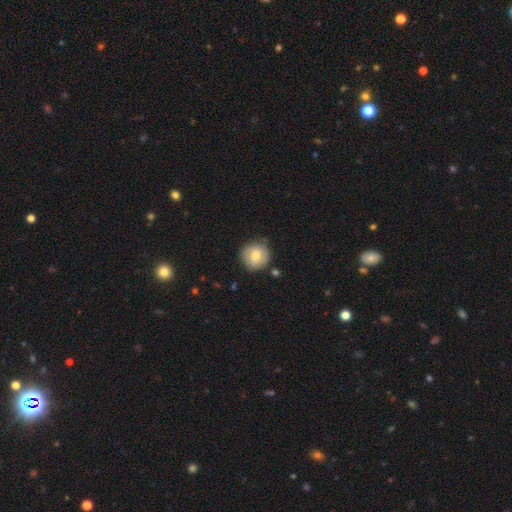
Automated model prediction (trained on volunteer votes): Q: Smooth or featured?
A: smooth (68%); runner-up: featured or disk (25%)
Q: How rounded?
A: round (87%); runner-up: in between (12%)
Q: Merging?
A: none (77%); runner-up: minor disturbance (16%)